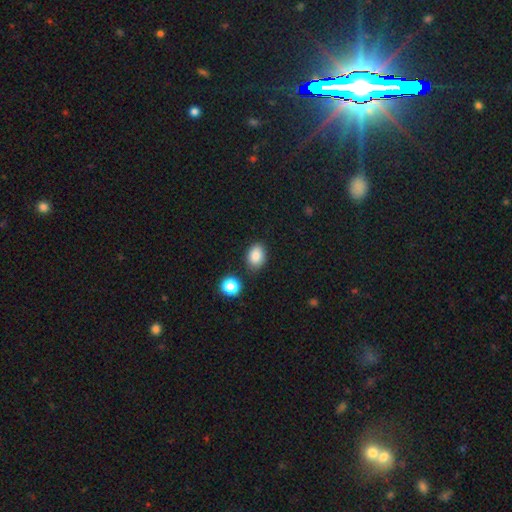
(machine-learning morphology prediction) smooth 86%, star or artifact 9%, featured or disk 4%. Down the decision tree: how rounded — in between (75%); merging — none (80%).